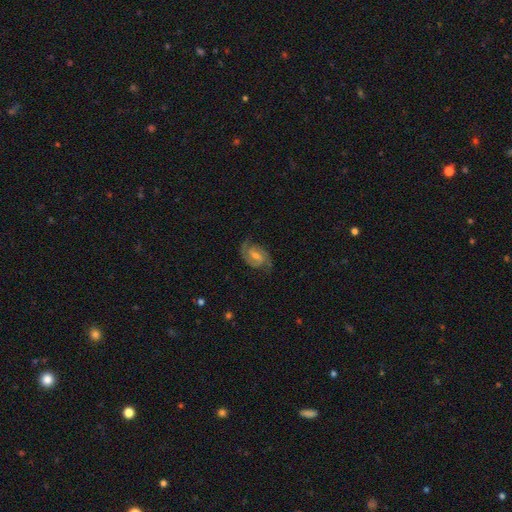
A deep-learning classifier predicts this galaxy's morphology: featured or disk 88%, smooth 6%, star or artifact 6%. Down the decision tree: edge-on disk — no (98%); bar — weak (57%); spiral arms — yes (98%); spiral arm count — 2 (90%); spiral winding — medium (52%); bulge size — small (44%); merging — none (82%).